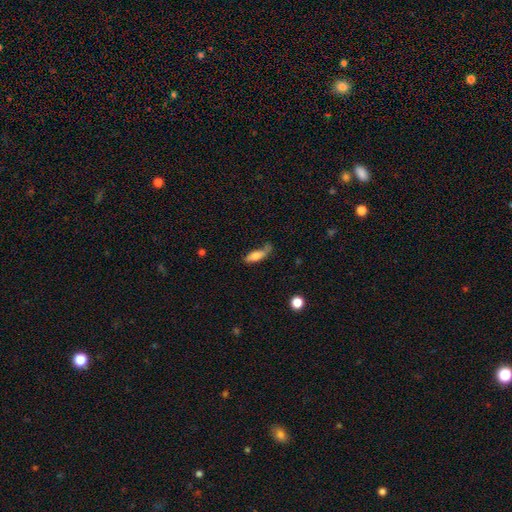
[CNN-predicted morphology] Overall: smooth (73%). How rounded: in between (57%; cigar-shaped 40%). Merging: none (42%; minor disturbance 30%).